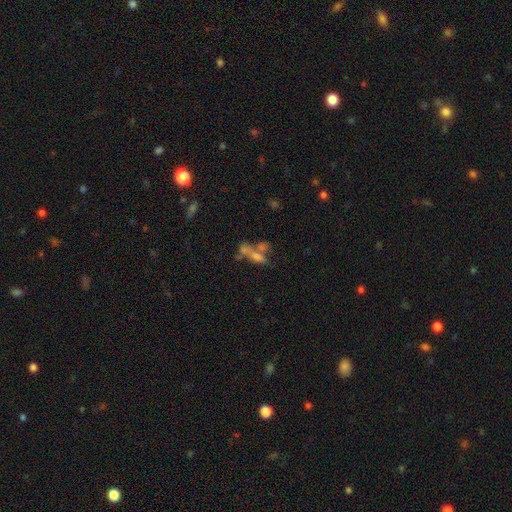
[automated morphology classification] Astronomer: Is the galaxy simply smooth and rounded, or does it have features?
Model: smooth — 39% (runner-up: featured or disk, 37%).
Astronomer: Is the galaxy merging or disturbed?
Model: merger — 45% (runner-up: none, 33%).